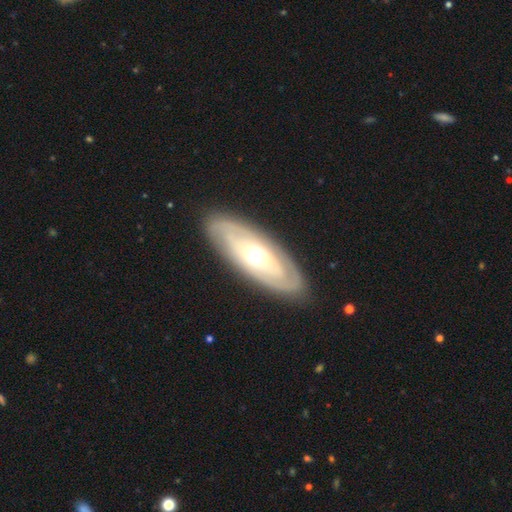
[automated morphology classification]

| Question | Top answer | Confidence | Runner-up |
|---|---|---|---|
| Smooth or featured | featured or disk | 68% | smooth (27%) |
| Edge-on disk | no | 83% | yes (17%) |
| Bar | no | 80% | weak (15%) |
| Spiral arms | yes | 58% | no (42%) |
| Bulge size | moderate | 71% | large (15%) |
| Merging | none | 86% | minor disturbance (10%) |